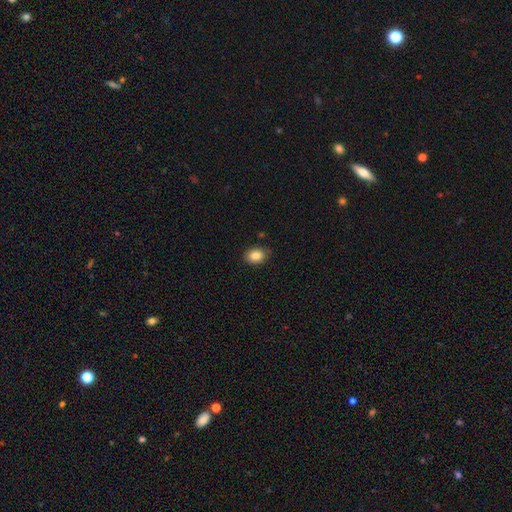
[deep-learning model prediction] This appears to be a smooth galaxy with no disk features (85%) that is in between round and cigar-shaped (64%). Merging: none (86%).